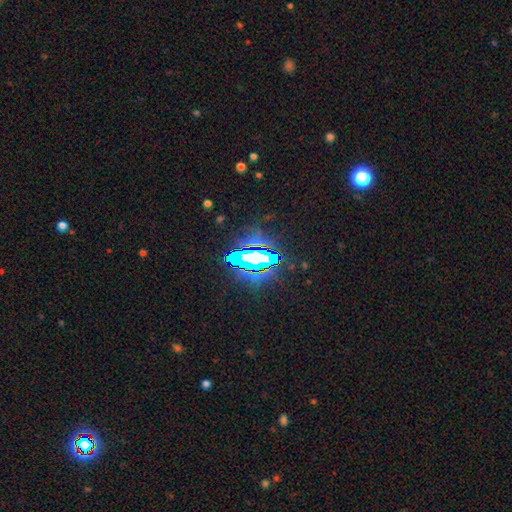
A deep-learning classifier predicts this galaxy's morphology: Smooth or featured: star or artifact — 70% (smooth — 17%)